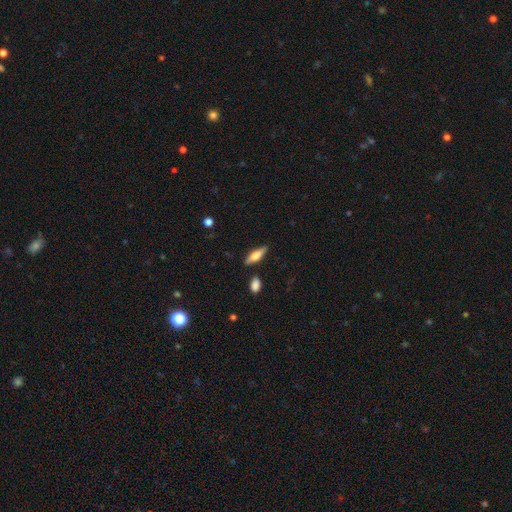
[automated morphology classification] Q: Smooth or featured?
A: smooth (50%); runner-up: featured or disk (43%)
Q: Merging?
A: none (82%); runner-up: minor disturbance (12%)